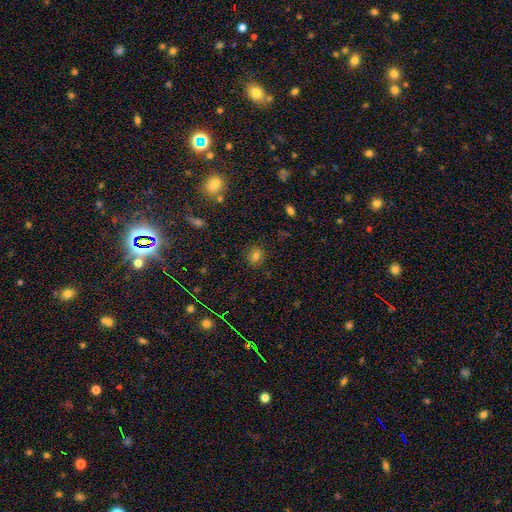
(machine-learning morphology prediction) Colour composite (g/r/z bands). It shows a smooth galaxy with no disk features (71%) that is round (66%). Merging: none (84%).